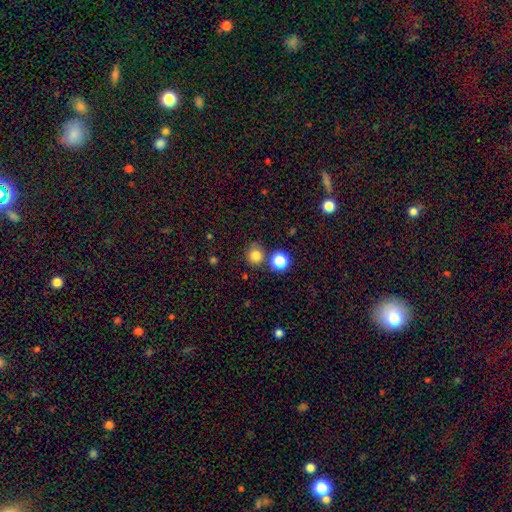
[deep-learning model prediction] The model was most divided on "merging": none: 70%, merger: 14%, minor disturbance: 12%, major disturbance: 4%. More confident: how rounded — round (86%); smooth or featured — smooth (80%).